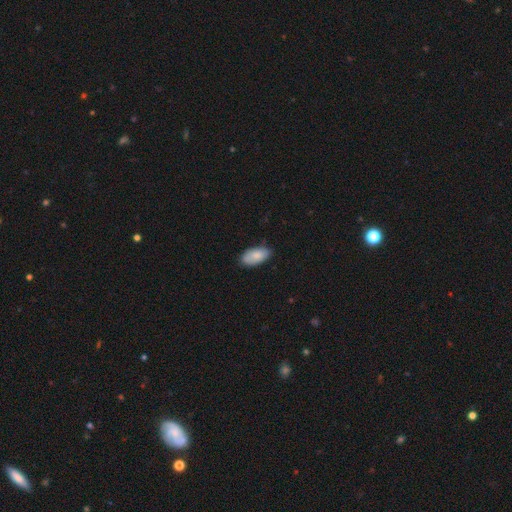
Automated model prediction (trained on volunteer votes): The model was most divided on "merging": none: 77%, minor disturbance: 19%, major disturbance: 3%, merger: 1%. More confident: how rounded — in between (94%); smooth or featured — smooth (83%).